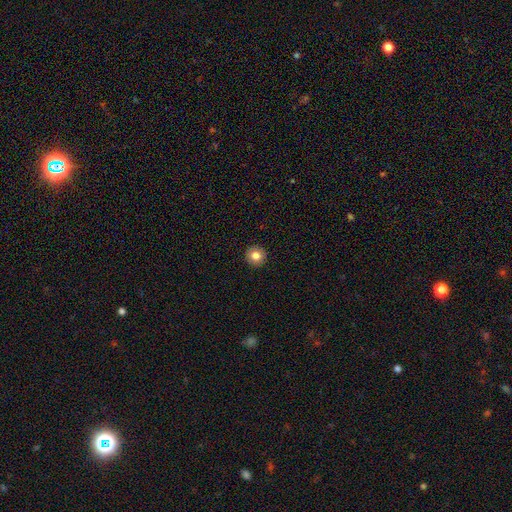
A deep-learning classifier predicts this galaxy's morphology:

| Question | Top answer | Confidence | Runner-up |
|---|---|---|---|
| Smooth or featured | smooth | 83% | star or artifact (10%) |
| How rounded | round | 95% | in between (4%) |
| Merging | none | 93% | minor disturbance (4%) |